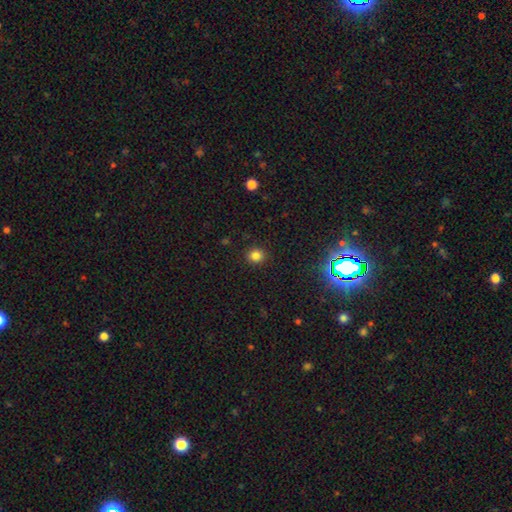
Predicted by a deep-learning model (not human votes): Q: Smooth or featured?
A: smooth (82%); runner-up: star or artifact (13%)
Q: How rounded?
A: round (86%); runner-up: in between (13%)
Q: Merging?
A: none (91%); runner-up: minor disturbance (6%)